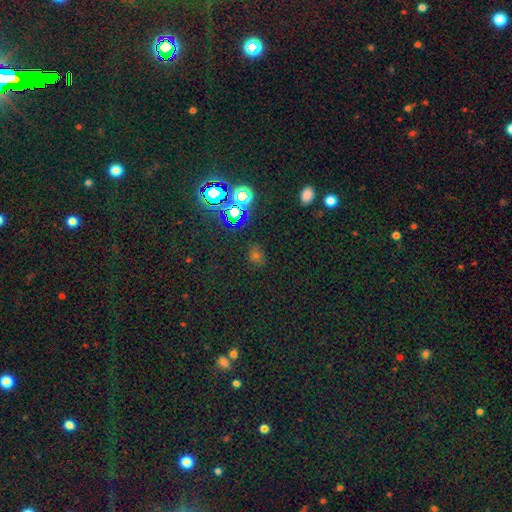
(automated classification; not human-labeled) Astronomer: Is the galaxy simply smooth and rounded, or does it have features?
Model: smooth — 47% (runner-up: star or artifact, 46%).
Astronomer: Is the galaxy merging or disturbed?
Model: none — 82%.